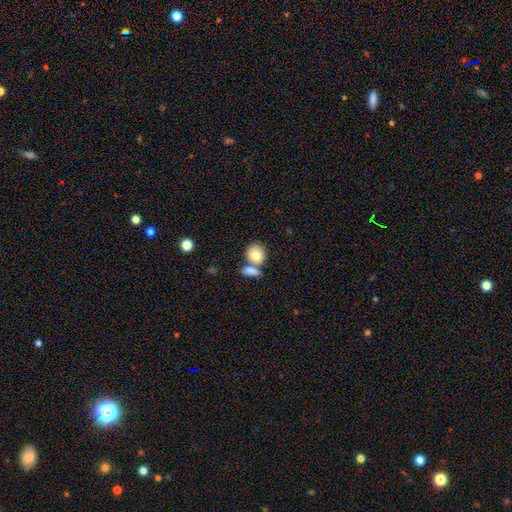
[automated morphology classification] Smooth or featured? smooth (78%)
How rounded? round (73%)
Merging? none (47%)